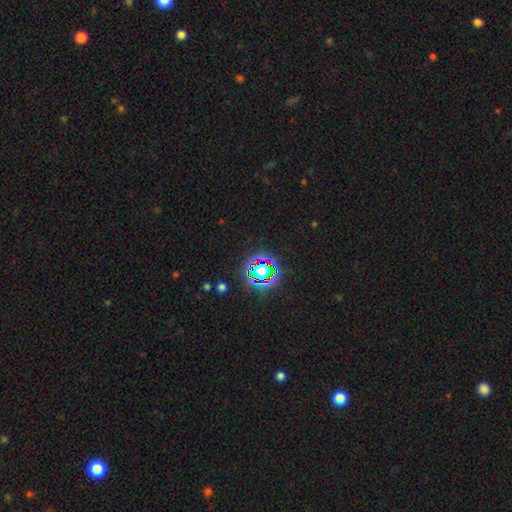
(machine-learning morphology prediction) Smooth or featured? Predicted: star or artifact (p=0.79).